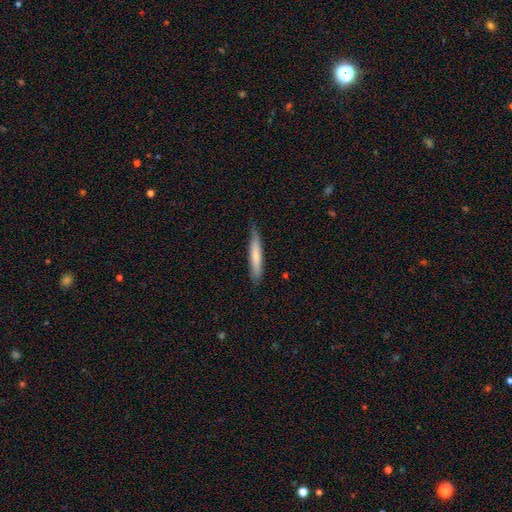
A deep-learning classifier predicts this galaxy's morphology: smooth 69%, featured or disk 26%, star or artifact 5%. Down the decision tree: how rounded — cigar-shaped (93%); merging — none (82%).